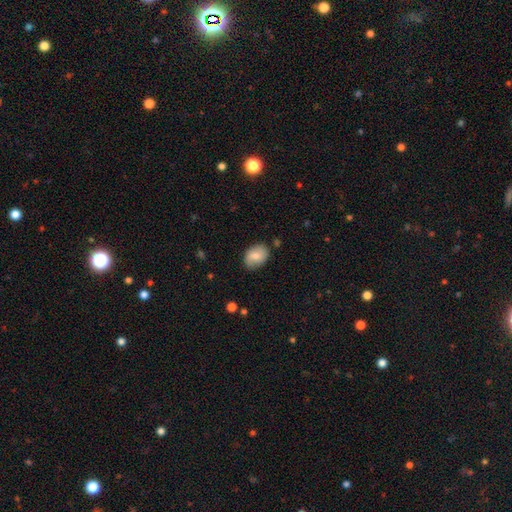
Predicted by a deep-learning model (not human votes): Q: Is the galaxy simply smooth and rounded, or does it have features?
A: smooth — 74%.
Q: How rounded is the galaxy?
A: in between — 72%.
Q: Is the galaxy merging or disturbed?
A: none — 76%.